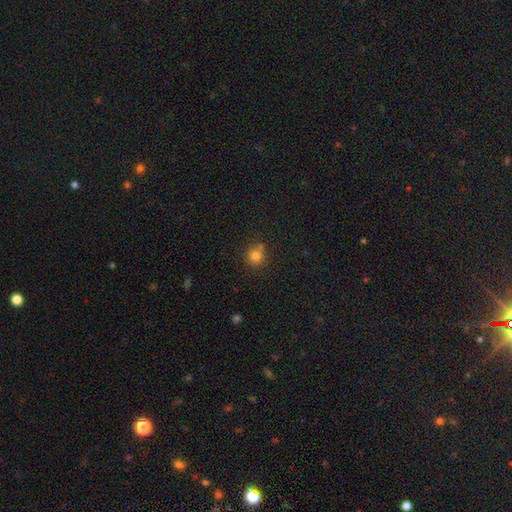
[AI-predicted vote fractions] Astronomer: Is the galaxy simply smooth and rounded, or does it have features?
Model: smooth — 79%.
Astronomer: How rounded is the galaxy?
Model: round — 91%.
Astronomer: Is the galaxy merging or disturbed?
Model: none — 71%.